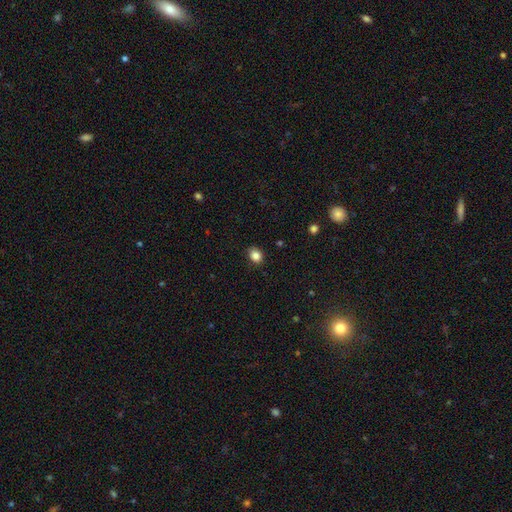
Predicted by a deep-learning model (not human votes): Q: Smooth or featured?
A: smooth (84%); runner-up: star or artifact (10%)
Q: How rounded?
A: in between (53%); runner-up: round (46%)
Q: Merging?
A: none (87%); runner-up: minor disturbance (9%)